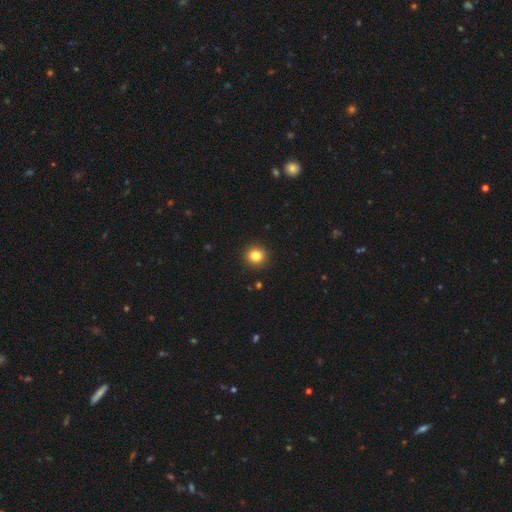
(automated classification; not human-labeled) This is clearly a smooth galaxy (84%). How rounded: clearly round (92%). Merging: clearly none (92%).